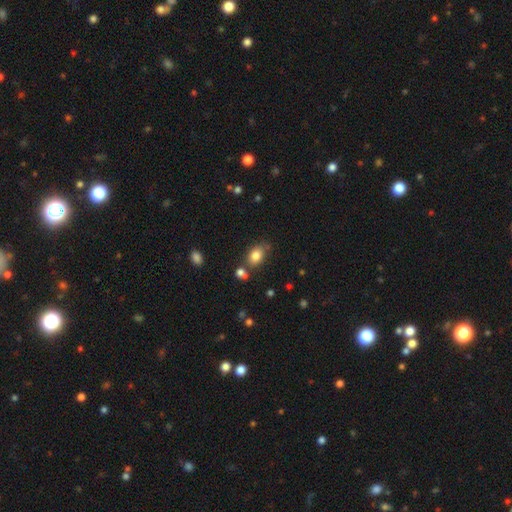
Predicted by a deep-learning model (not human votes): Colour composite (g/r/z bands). It shows a smooth galaxy with no disk features (82%) that is in between round and cigar-shaped (80%). Merging: none (64%).